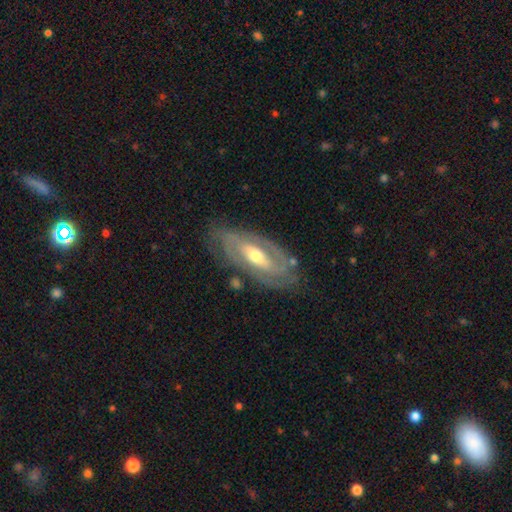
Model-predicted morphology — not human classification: Smooth or featured: featured or disk — 84% (smooth — 12%)
Edge-on disk: no — 91% (yes — 9%)
Bar: no — 42% (weak — 34%)
Spiral arms: yes — 85% (no — 15%)
Spiral winding: tight — 65% (medium — 27%)
Spiral arm count: 2 — 56% (can't tell — 27%)
Bulge size: moderate — 65% (small — 28%)
Merging: none — 75% (minor disturbance — 17%)